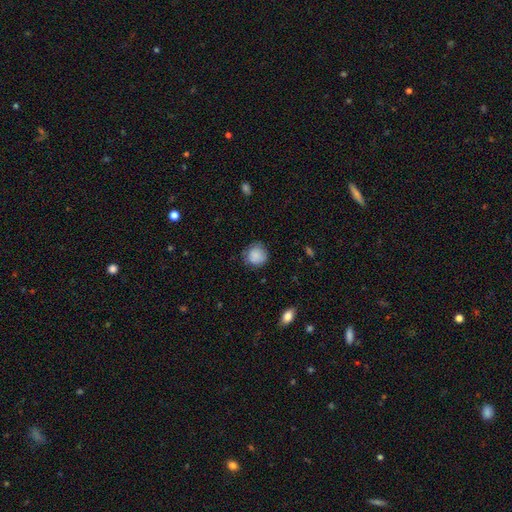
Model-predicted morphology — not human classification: A smooth galaxy with no disk features (85%) that is round (88%). Merging: none (73%).